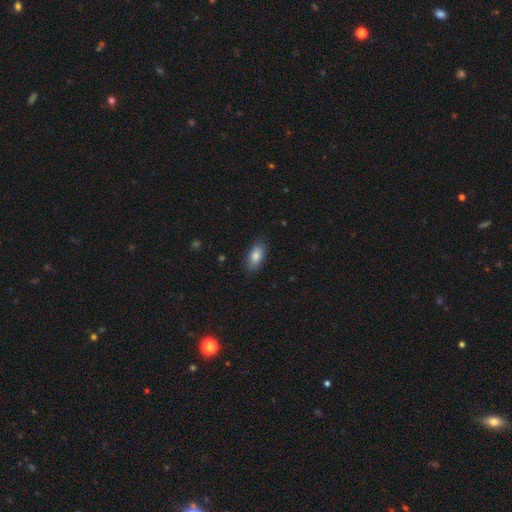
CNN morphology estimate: type=smooth (84%); roundness=in between (89%); merging=none (85%).